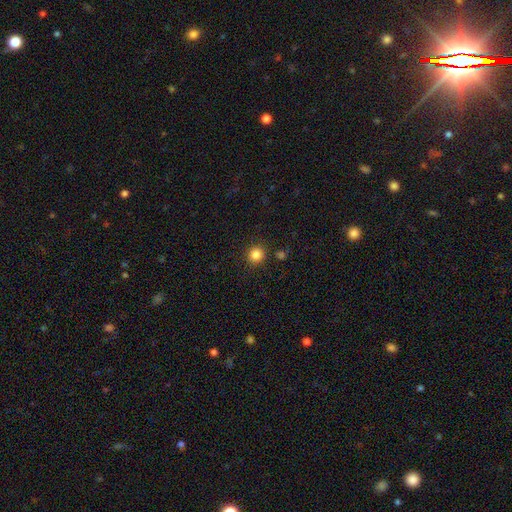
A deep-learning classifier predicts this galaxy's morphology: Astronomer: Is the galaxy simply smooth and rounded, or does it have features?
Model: smooth — 84%.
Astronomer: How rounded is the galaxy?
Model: round — 93%.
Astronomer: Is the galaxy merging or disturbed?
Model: none — 89%.